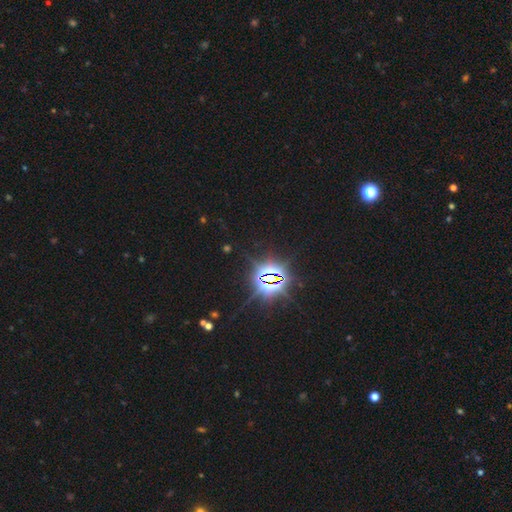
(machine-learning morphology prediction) Smooth or featured?
  - star or artifact: 85% *
  - smooth: 9%
  - featured or disk: 6%